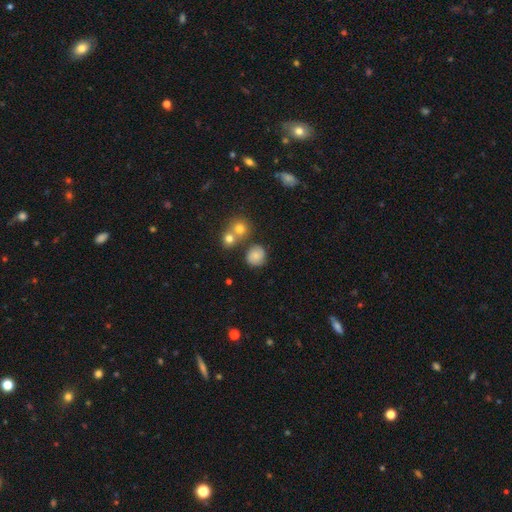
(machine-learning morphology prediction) type=smooth (61%); roundness=round (81%); merging=none (69%).